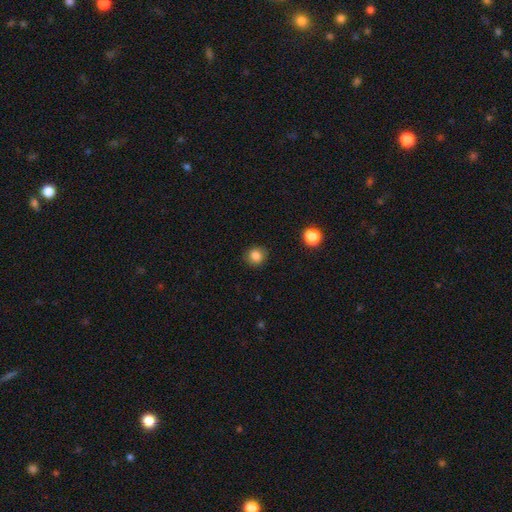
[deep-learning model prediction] This is clearly a smooth galaxy (84%). How rounded: likely round (79%). Merging: clearly none (85%).